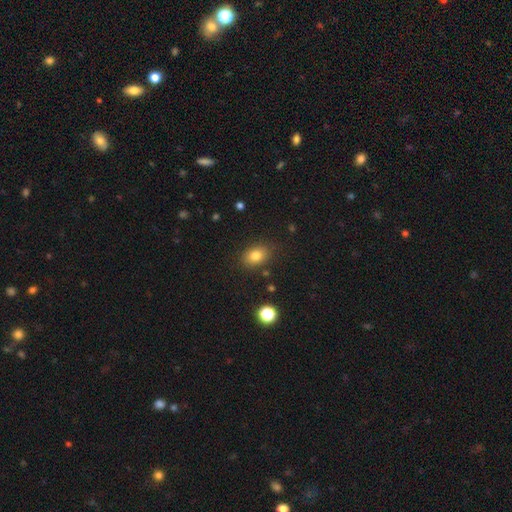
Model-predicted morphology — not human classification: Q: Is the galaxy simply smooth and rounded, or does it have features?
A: smooth — 81%.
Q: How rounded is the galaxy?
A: in between — 69%.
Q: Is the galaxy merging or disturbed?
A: none — 84%.